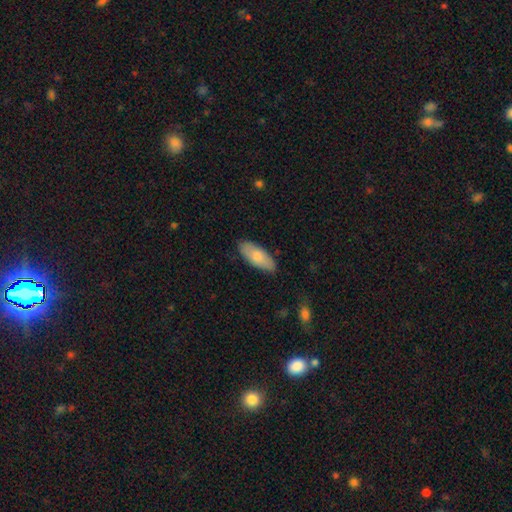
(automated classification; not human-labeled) A smooth galaxy with no disk features (74%) that is in between round and cigar-shaped (81%).

Vote fractions:
- Smooth or featured? smooth: 74% / featured or disk: 20% / star or artifact: 6%
- How rounded? in between: 81% / cigar-shaped: 17% / round: 2%
- Merging? none: 85% / minor disturbance: 12% / major disturbance: 2% / merger: 1%